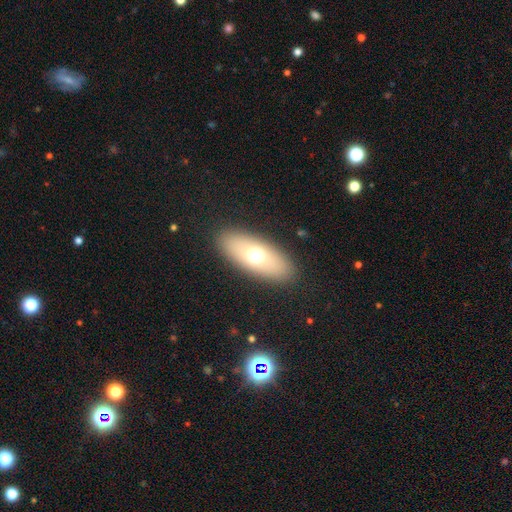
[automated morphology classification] Smooth or featured: smooth — 65% (featured or disk — 26%)
How rounded: in between — 79% (cigar-shaped — 16%)
Merging: none — 88% (minor disturbance — 7%)